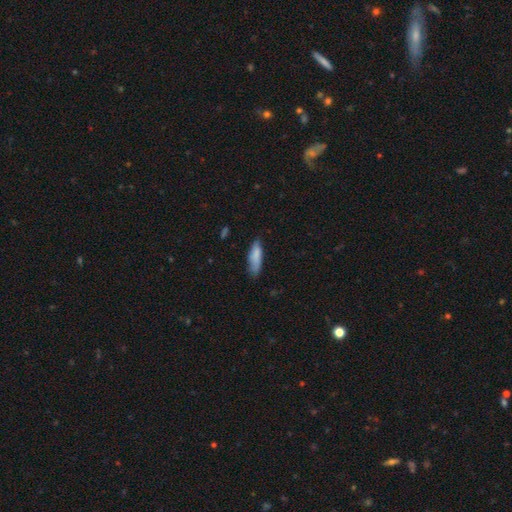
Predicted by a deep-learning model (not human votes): The model was most divided on "how rounded": cigar-shaped: 56%, in between: 43%, round: 2%. More confident: smooth or featured — smooth (83%); merging — none (72%).